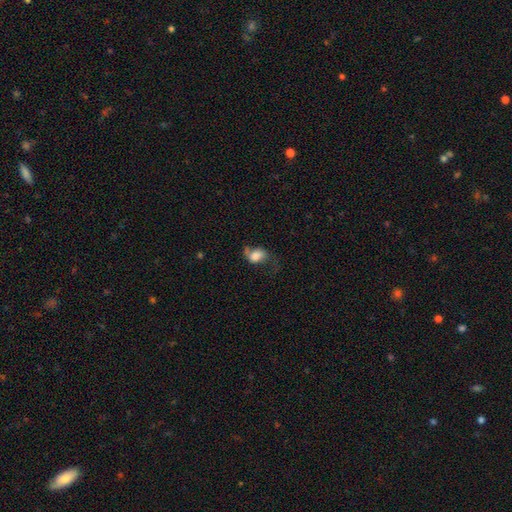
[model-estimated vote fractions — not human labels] Morphology: type=smooth (56%); roundness=in between (70%); merging=major disturbance (35%).